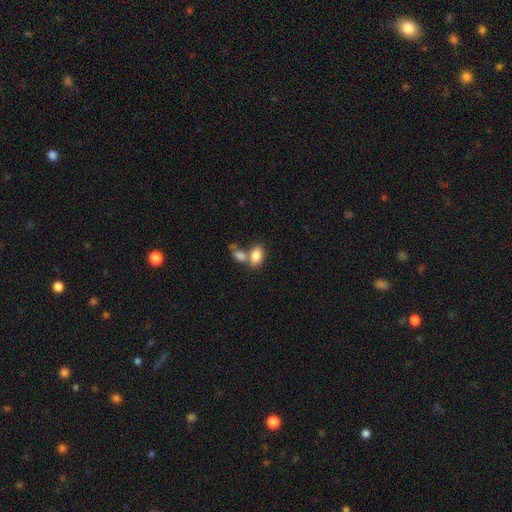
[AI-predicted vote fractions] Smooth or featured?
  - smooth: 83% *
  - featured or disk: 9%
  - star or artifact: 8%
How rounded?
  - in between: 89% *
  - round: 10%
  - cigar-shaped: 2%
Merging?
  - merger: 48% *
  - none: 38%
  - minor disturbance: 10%
  - major disturbance: 4%